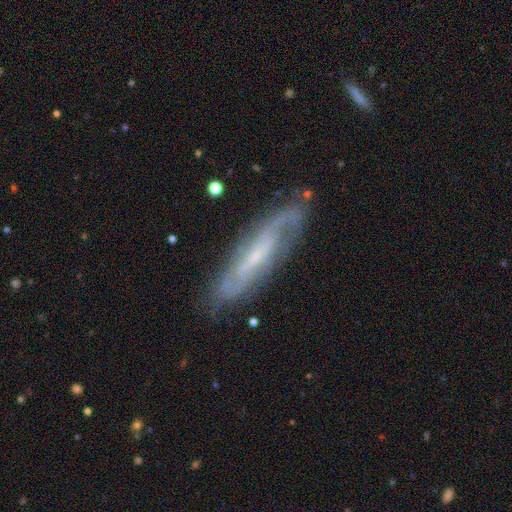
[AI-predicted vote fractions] Smooth or featured? Predicted: featured or disk (p=0.76). Edge-on disk? Predicted: no (p=0.69). Bar? Predicted: weak (p=0.43). Spiral arms? Predicted: yes (p=0.89). Bulge size? Predicted: small (p=0.67). Merging? Predicted: none (p=0.77).